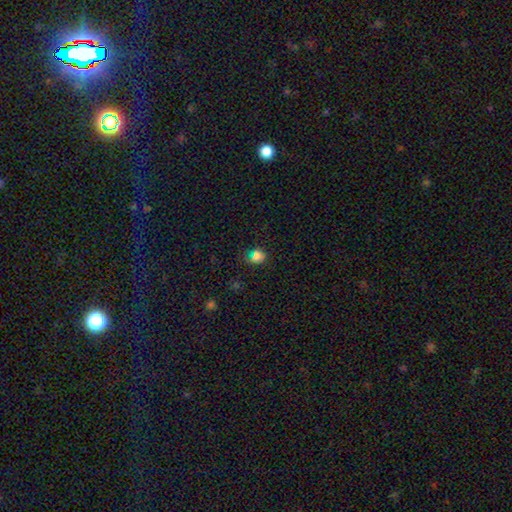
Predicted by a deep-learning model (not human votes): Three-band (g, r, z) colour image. It shows a smooth galaxy with no disk features (72%) that is in between round and cigar-shaped (50%). Merging: none (71%).